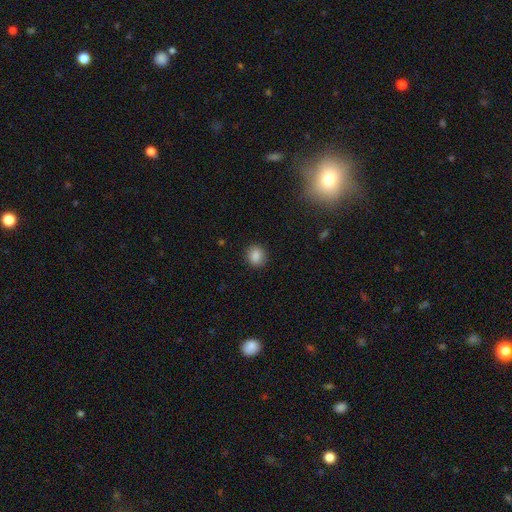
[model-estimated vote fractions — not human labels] smooth 86%, star or artifact 10%, featured or disk 4%. Down the decision tree: how rounded — round (76%); merging — none (89%).